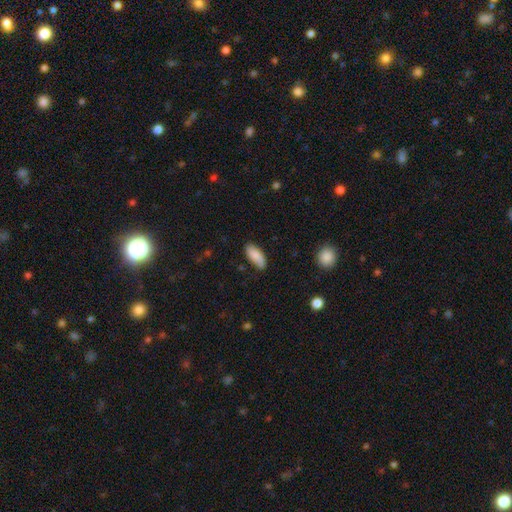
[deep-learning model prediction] smooth-or-featured: smooth: 85% | featured or disk: 9% | star or artifact: 6%
  how-rounded: in between: 84% | cigar-shaped: 14% | round: 2%
  merging: none: 78% | minor disturbance: 18% | major disturbance: 3% | merger: 2%